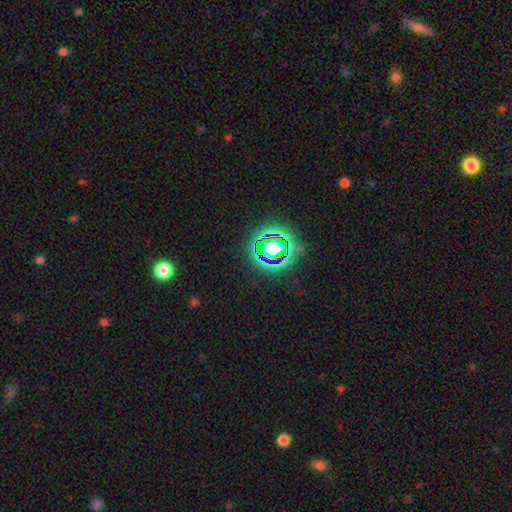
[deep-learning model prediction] This is likely a star or artifact rather than a galaxy (75%).